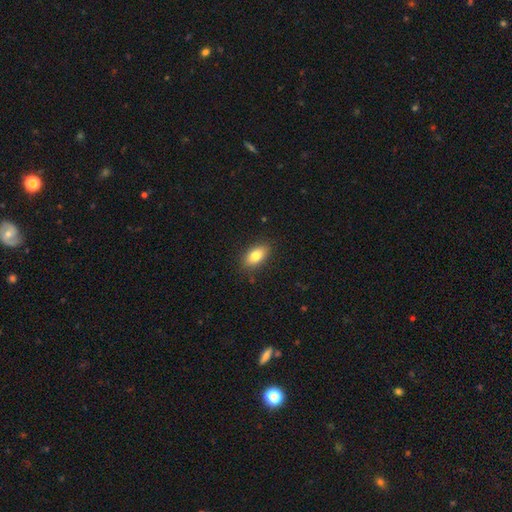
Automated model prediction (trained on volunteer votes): This is clearly a smooth galaxy (81%). How rounded: clearly in between (89%). Merging: clearly none (85%).